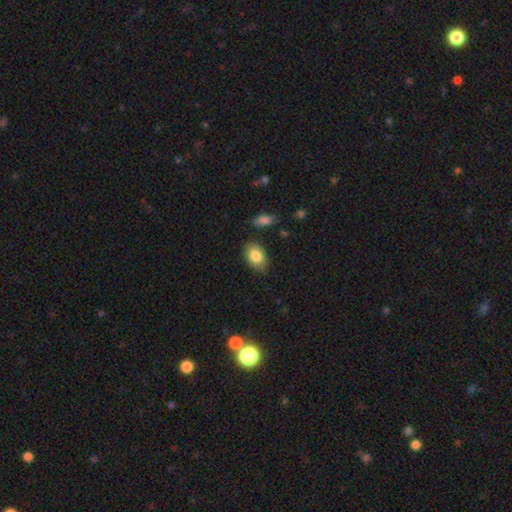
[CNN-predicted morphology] smooth 84%, featured or disk 9%, star or artifact 7%. Down the decision tree: how rounded — in between (88%); merging — none (80%).